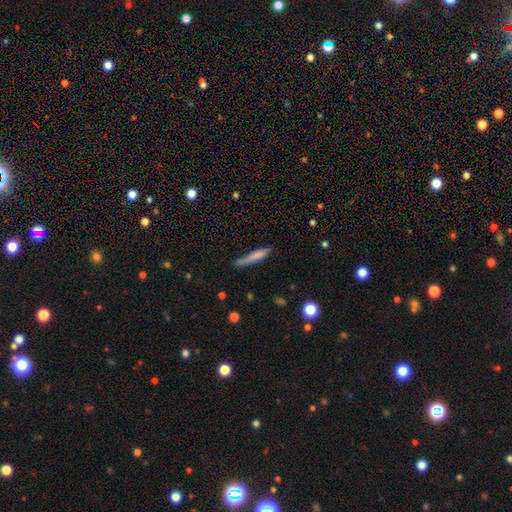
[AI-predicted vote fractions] This is likely a smooth galaxy (72%). How rounded: clearly cigar-shaped (89%). Merging: possibly none (55%).